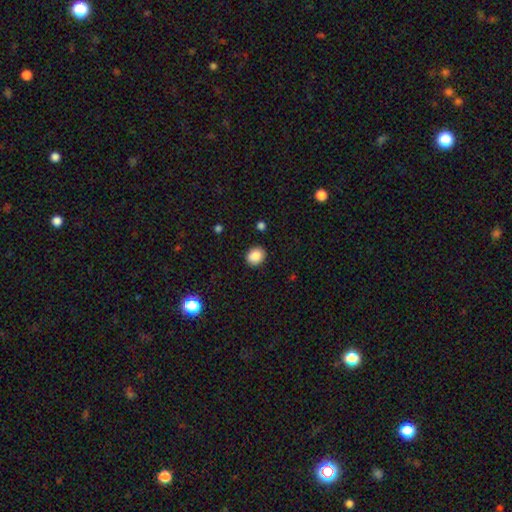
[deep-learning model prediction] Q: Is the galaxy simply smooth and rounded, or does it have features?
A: smooth — 87%.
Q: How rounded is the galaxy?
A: round — 61%.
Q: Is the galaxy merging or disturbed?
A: none — 89%.